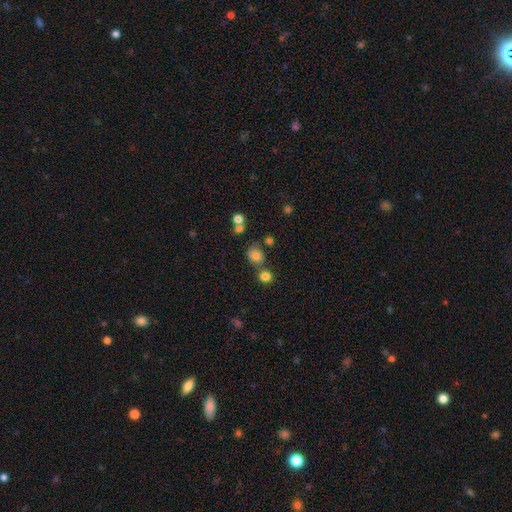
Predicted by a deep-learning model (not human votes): smooth_or_featured: smooth (p=0.76) [alt: star or artifact p=0.15]
how_rounded: round (p=0.72) [alt: in between p=0.27]
merging: none (p=0.62) [alt: merger p=0.21]